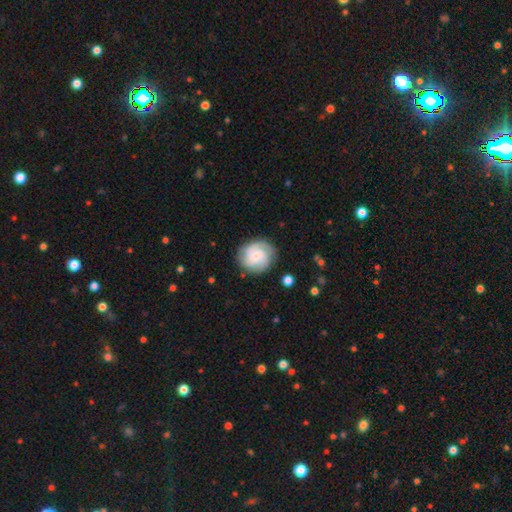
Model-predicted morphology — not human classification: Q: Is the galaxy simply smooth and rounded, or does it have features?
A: featured or disk — 64%.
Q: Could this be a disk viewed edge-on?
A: no — 98%.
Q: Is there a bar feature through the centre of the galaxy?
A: no — 63%.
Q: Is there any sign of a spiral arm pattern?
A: yes — 93%.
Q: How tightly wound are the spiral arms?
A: tight — 53%.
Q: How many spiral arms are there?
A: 3 — 39%.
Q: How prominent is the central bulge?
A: small — 64%.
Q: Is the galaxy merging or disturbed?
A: none — 80%.